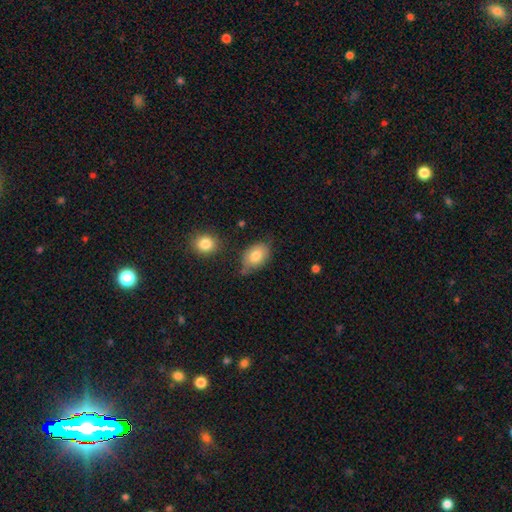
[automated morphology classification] This is likely a smooth galaxy (79%). How rounded: clearly in between (81%). Merging: possibly none (59%).